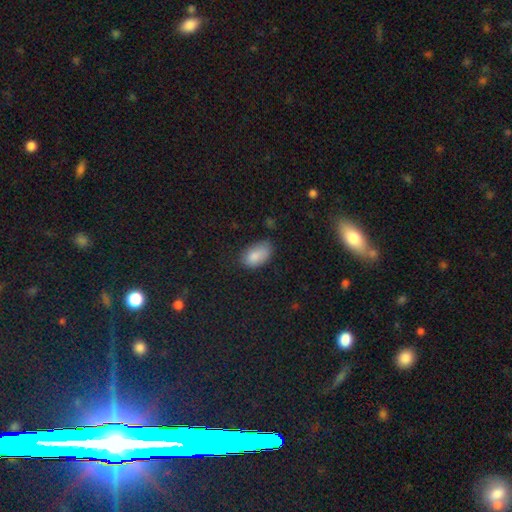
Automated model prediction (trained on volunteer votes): smooth 86%, star or artifact 7%, featured or disk 6%. Down the decision tree: how rounded — in between (93%); merging — none (66%).